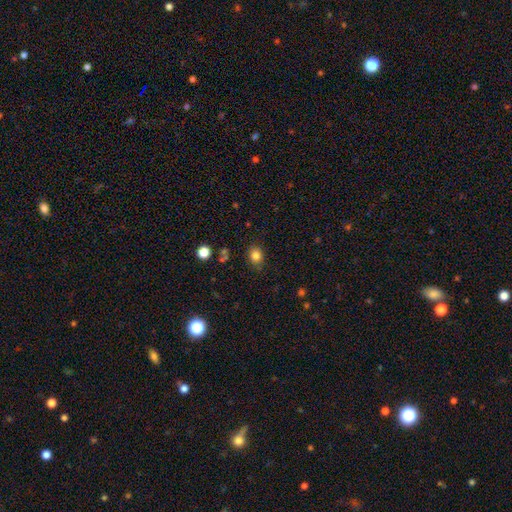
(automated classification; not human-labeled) This appears to be a smooth galaxy with no disk features (82%) that is round (61%). Merging: none (84%).